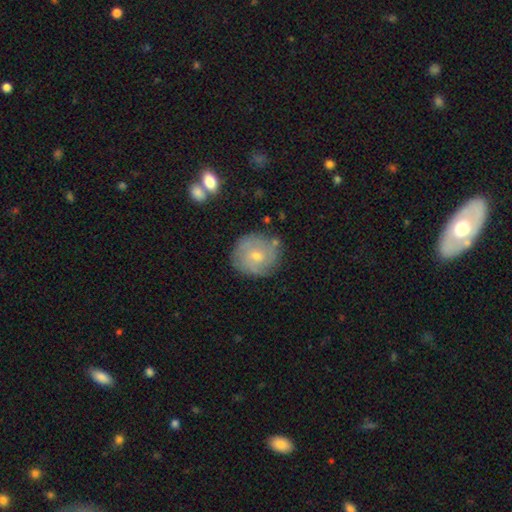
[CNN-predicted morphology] This appears to be a featured or disk galaxy (57%) with no bar (66%), spiral arms (79%) and a small central bulge (57%). Merging: none (76%).